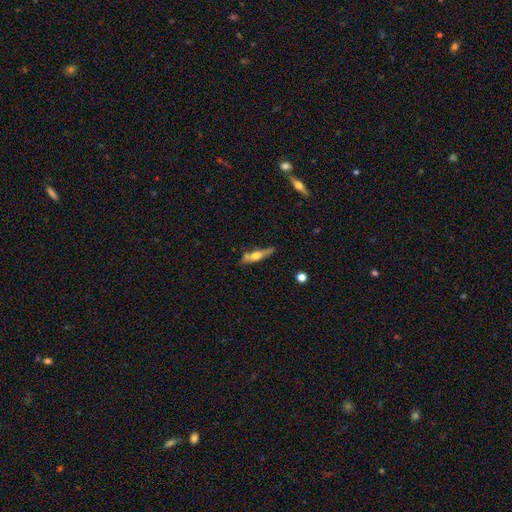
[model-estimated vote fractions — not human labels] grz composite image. It shows a featured or disk galaxy (51%) viewed edge-on (89%). Merging: none (63%).